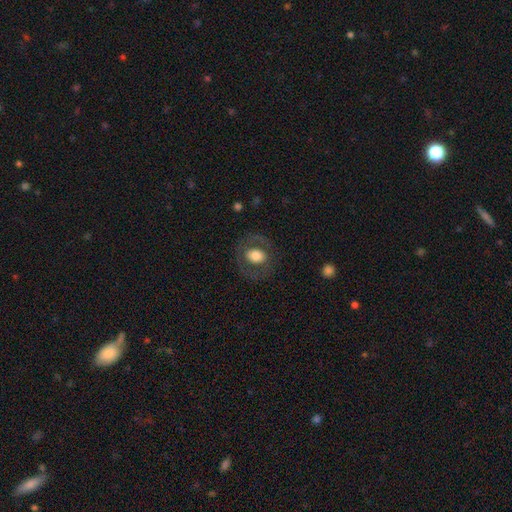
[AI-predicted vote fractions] Q: Smooth or featured?
A: smooth (58%); runner-up: featured or disk (35%)
Q: How rounded?
A: round (53%); runner-up: in between (46%)
Q: Merging?
A: none (78%); runner-up: minor disturbance (12%)